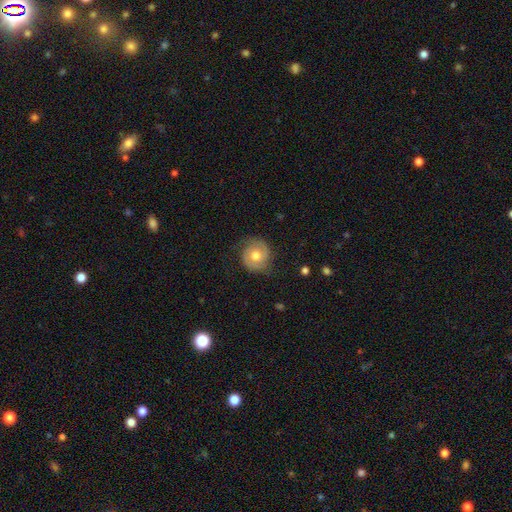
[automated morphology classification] Overall: featured or disk (58%; smooth 34%). Edge-on disk: no (97%). Bar: no (71%). Spiral arms: yes (88%). Bulge size: moderate (76%). Merging: none (77%).